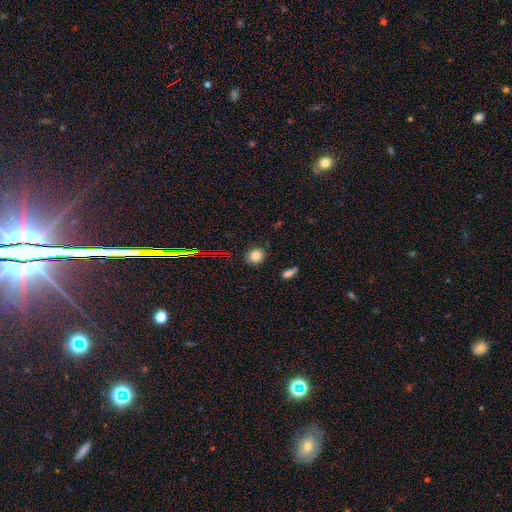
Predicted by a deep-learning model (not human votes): This appears to be a smooth galaxy with no disk features (79%) that is round (82%). Merging: none (86%).